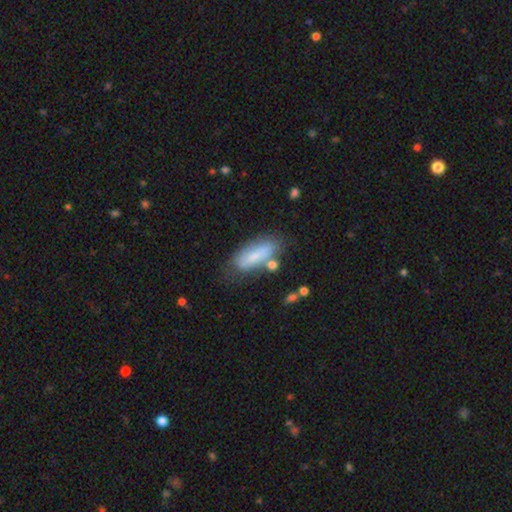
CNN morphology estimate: Smooth or featured? smooth (69%)
How rounded? in between (64%)
Merging? none (60%)